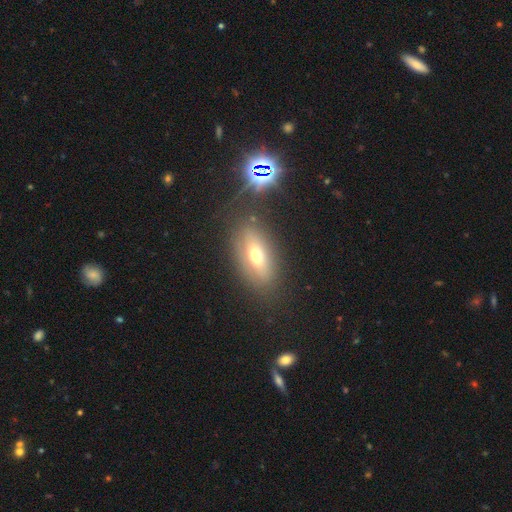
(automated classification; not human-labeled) Smooth or featured? smooth (54%)
How rounded? in between (80%)
Merging? none (78%)